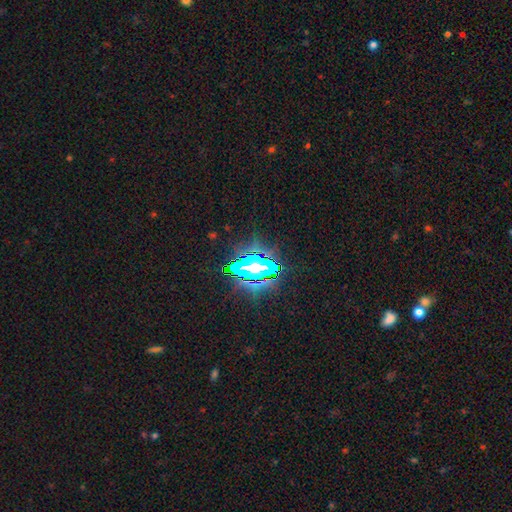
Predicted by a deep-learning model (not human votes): Q: Smooth or featured?
A: star or artifact (60%); runner-up: smooth (25%)